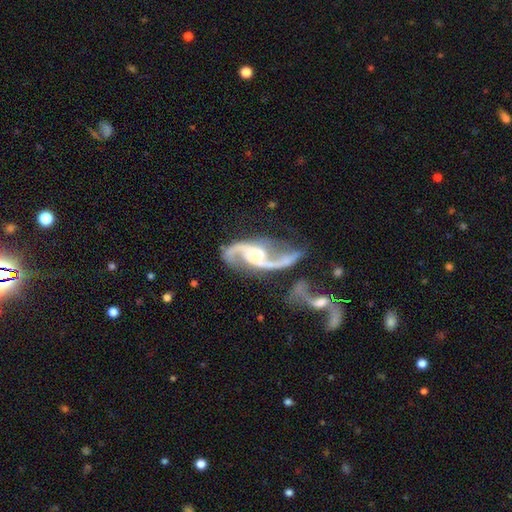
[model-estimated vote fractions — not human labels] smooth-or-featured: featured or disk: 92% | star or artifact: 4% | smooth: 3%
  disk-edge-on: no: 97% | yes: 3%
    bar: weak: 42% | no: 40% | strong: 18%
    has-spiral-arms: yes: 98% | no: 2%
      spiral-winding: loose: 55% | medium: 38% | tight: 7%
      spiral-arm-count: 2: 93% | can't tell: 2% | 1: 2% | 3: 1% | 4: 1% | more than 4: 1%
    bulge-size: moderate: 45% | small: 30% | large: 12% | none: 11% | dominant: 2%
  merging: none: 54% | merger: 17% | minor disturbance: 17% | major disturbance: 13%